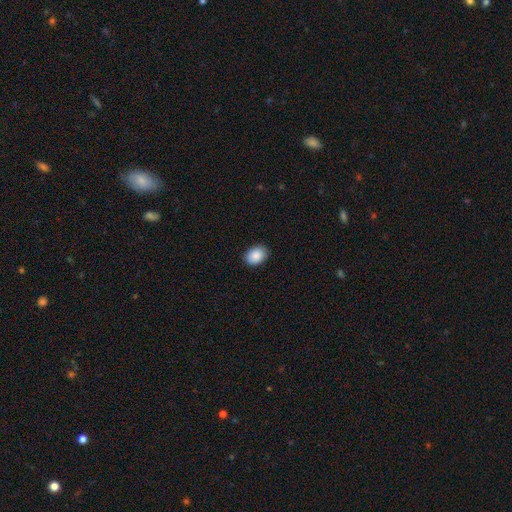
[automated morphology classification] smooth_or_featured: smooth (p=0.89) [alt: star or artifact p=0.07]
how_rounded: in between (p=0.73) [alt: round p=0.26]
merging: none (p=0.87) [alt: minor disturbance p=0.11]